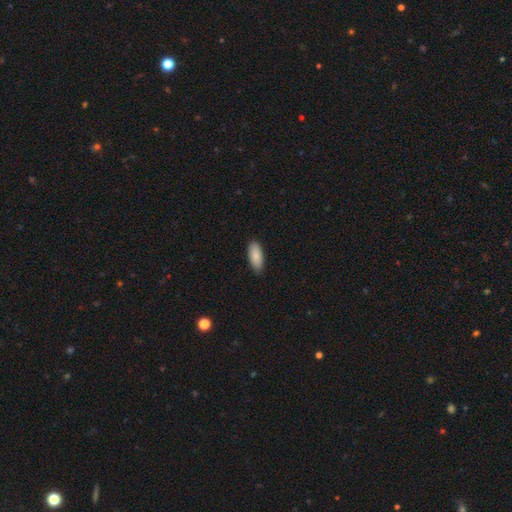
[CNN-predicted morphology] type=smooth (87%); roundness=in between (86%); merging=none (86%).